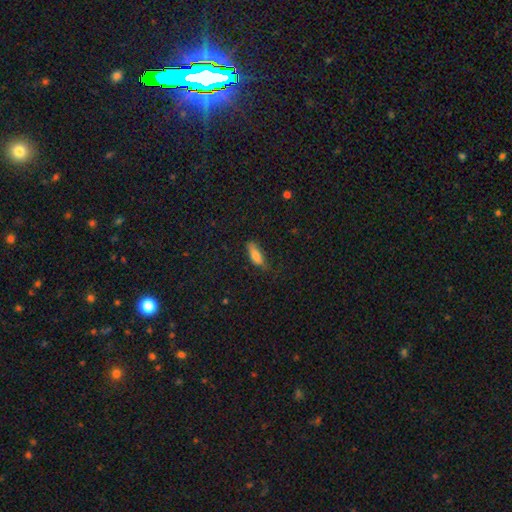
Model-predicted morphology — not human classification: smooth 79%, featured or disk 13%, star or artifact 8%. Down the decision tree: how rounded — in between (59%); merging — none (62%).